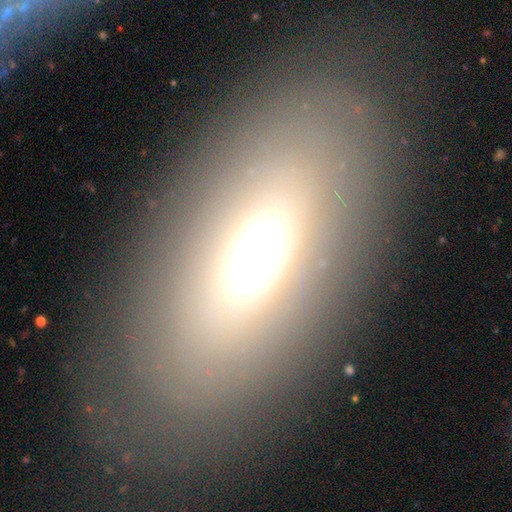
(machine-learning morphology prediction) Smooth or featured: smooth — 50% (featured or disk — 34%)
Merging: none — 80% (minor disturbance — 11%)